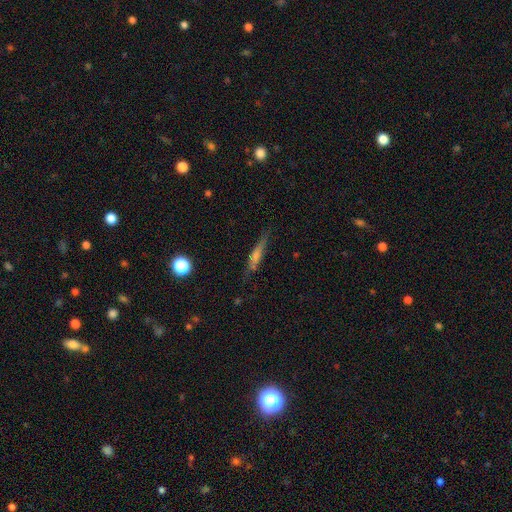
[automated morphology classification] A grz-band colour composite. It shows a featured or disk galaxy (49%). Merging: none (74%).